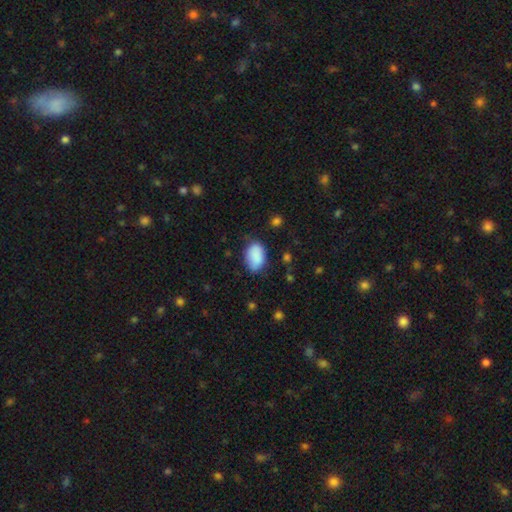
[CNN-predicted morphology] This is clearly a smooth galaxy (88%). How rounded: clearly in between (87%). Merging: likely none (72%).